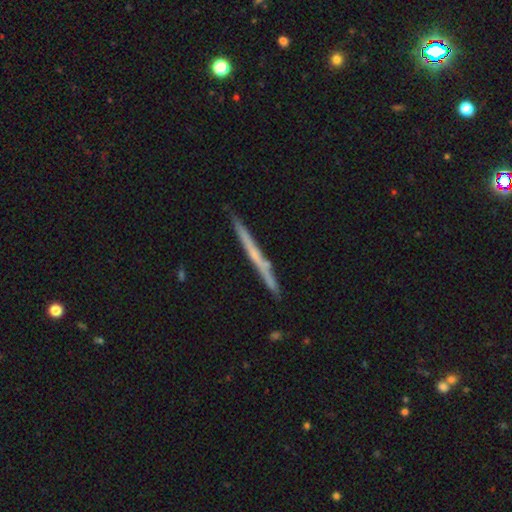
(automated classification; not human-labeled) smooth-or-featured: featured or disk: 59% | smooth: 35% | star or artifact: 6%
  disk-edge-on: yes: 97% | no: 3%
    edge-on-bulge: none: 81% | rounded: 15% | boxy: 4%
  merging: none: 88% | minor disturbance: 8% | merger: 2% | major disturbance: 2%